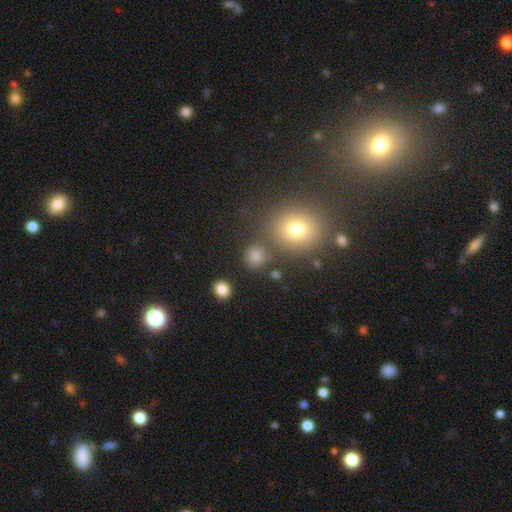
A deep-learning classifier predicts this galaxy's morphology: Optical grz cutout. It shows a smooth galaxy with no disk features (78%) that is round (85%). Merging: none (83%).